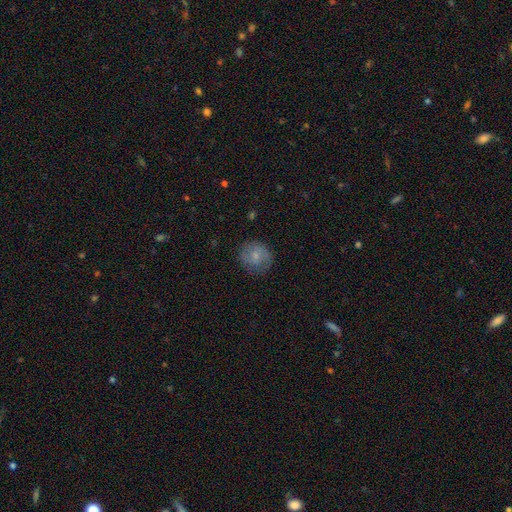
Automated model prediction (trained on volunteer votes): The model was most divided on "smooth or featured": smooth: 64%, featured or disk: 29%, star or artifact: 8%. More confident: how rounded — round (86%); merging — none (78%).